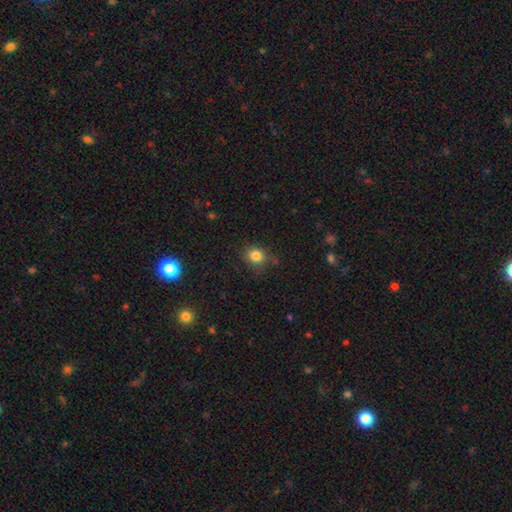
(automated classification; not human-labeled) Smooth or featured: smooth — 82% (star or artifact — 12%)
How rounded: round — 75% (in between — 24%)
Merging: none — 74% (minor disturbance — 19%)